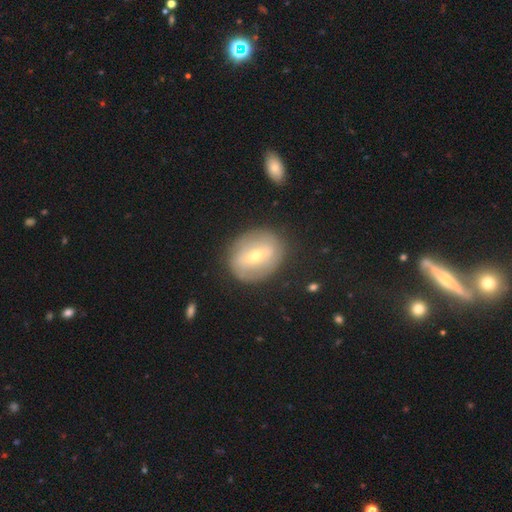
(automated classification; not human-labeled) Smooth or featured? Predicted: featured or disk (p=0.59). Edge-on disk? Predicted: no (p=0.92). Bar? Predicted: strong (p=0.44). Spiral arms? Predicted: no (p=0.63). Bulge size? Predicted: small (p=0.55). Merging? Predicted: none (p=0.80).